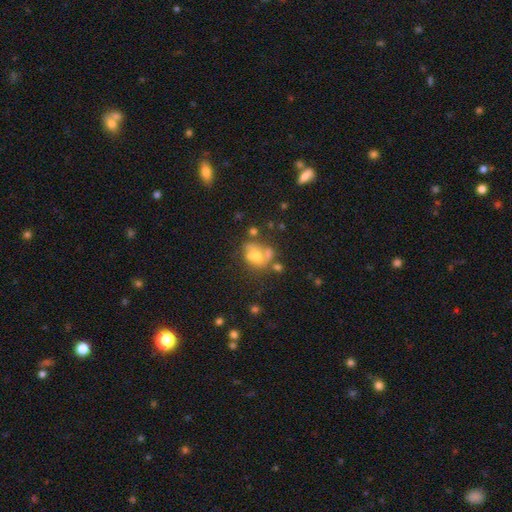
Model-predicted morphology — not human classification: Smooth or featured: featured or disk — 43% (tied with smooth — 43%)
Merging: none — 31% (merger — 30%)